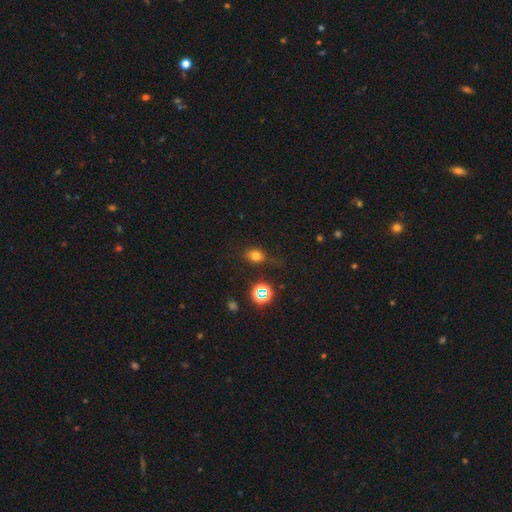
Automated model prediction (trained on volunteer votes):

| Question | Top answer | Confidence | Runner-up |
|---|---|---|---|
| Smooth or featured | smooth | 70% | star or artifact (20%) |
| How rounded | in between | 54% | round (44%) |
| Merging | none | 68% | minor disturbance (20%) |